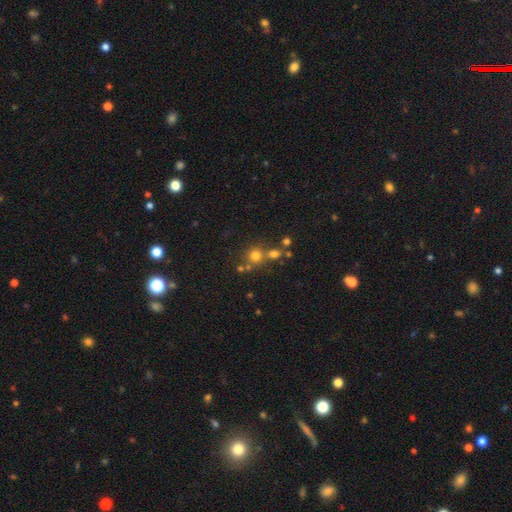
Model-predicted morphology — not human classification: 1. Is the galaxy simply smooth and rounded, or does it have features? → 69% smooth, 20% star or artifact, 11% featured or disk.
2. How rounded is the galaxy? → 89% round, 10% in between, 1% cigar-shaped.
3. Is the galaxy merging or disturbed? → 60% none, 28% merger, 8% minor disturbance, 4% major disturbance.